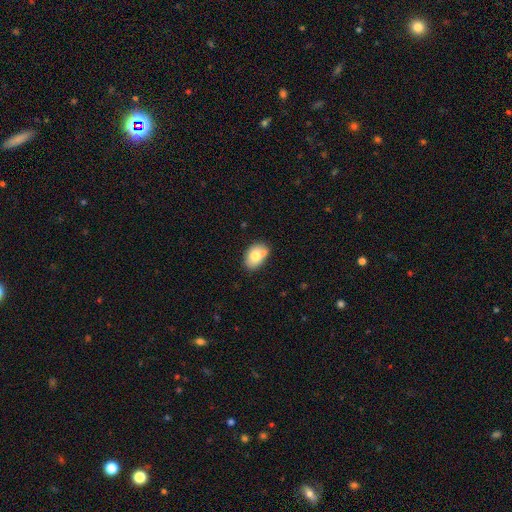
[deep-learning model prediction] A smooth galaxy with no disk features (75%) that is in between round and cigar-shaped (84%). Merging: none (56%).